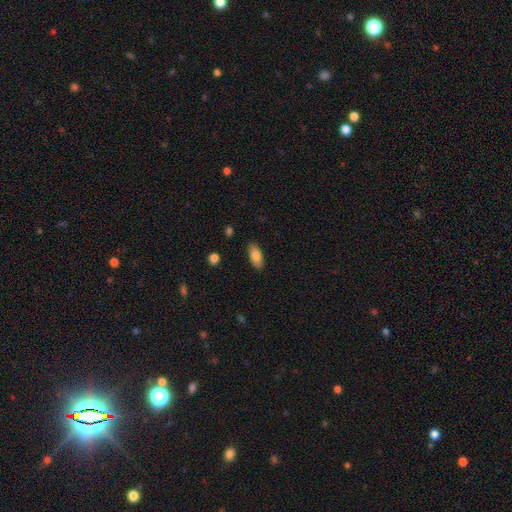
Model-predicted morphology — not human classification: Smooth or featured? Predicted: smooth (p=0.84). How rounded? Predicted: in between (p=0.87). Merging? Predicted: none (p=0.88).